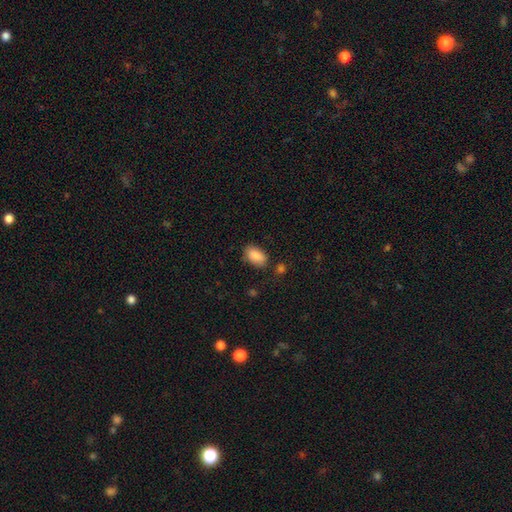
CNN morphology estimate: A smooth galaxy with no disk features (88%) that is in between round and cigar-shaped (93%).

Vote fractions:
- Smooth or featured? smooth: 88% / star or artifact: 7% / featured or disk: 5%
- How rounded? in between: 93% / round: 6% / cigar-shaped: 2%
- Merging? none: 77% / minor disturbance: 15% / merger: 4% / major disturbance: 4%